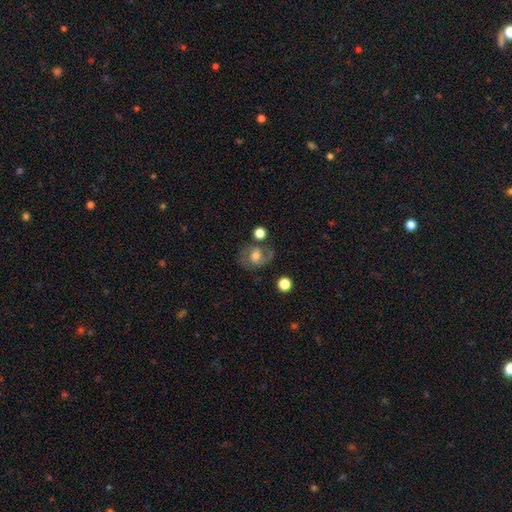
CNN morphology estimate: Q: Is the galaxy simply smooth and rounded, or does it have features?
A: featured or disk — 58%.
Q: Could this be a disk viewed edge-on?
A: no — 97%.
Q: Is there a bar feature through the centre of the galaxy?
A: no — 55%.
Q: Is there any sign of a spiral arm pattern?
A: yes — 85%.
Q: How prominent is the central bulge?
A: moderate — 62%.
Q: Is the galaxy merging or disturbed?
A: none — 59%.